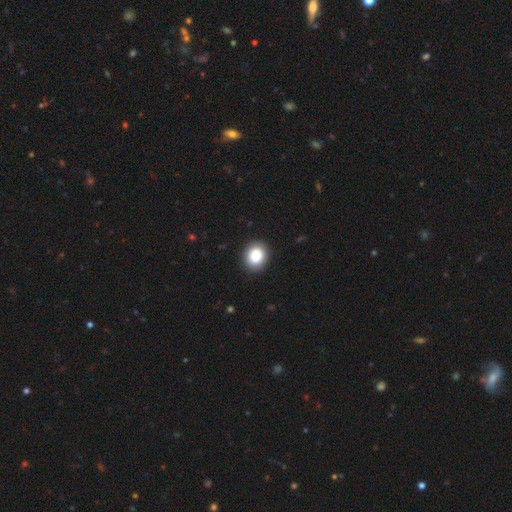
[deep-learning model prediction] Overall: smooth (86%). How rounded: round (63%; in between 36%). Merging: none (90%).